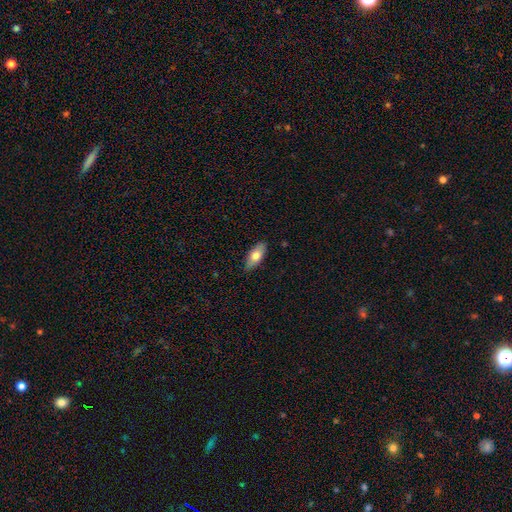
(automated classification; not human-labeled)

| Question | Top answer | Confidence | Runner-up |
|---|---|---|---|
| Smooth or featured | smooth | 74% | featured or disk (20%) |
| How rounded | in between | 84% | cigar-shaped (14%) |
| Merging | none | 84% | minor disturbance (13%) |